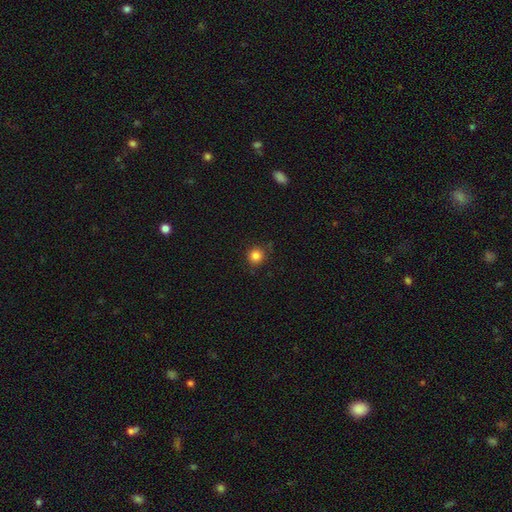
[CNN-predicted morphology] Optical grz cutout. It shows a smooth galaxy with no disk features (84%) that is round (92%). Merging: none (86%).